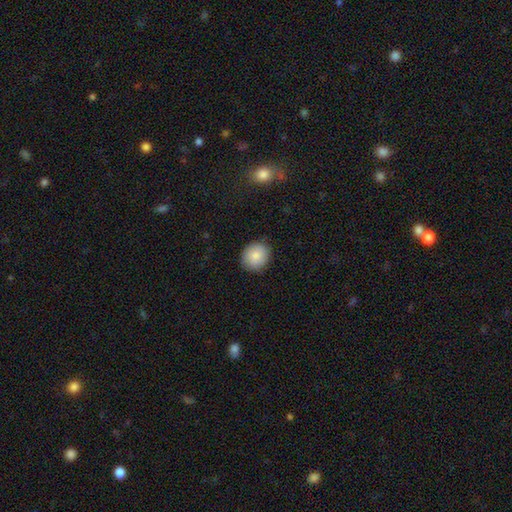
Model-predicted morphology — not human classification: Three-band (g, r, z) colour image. It shows a smooth galaxy with no disk features (86%) that is round (76%). Merging: none (88%).